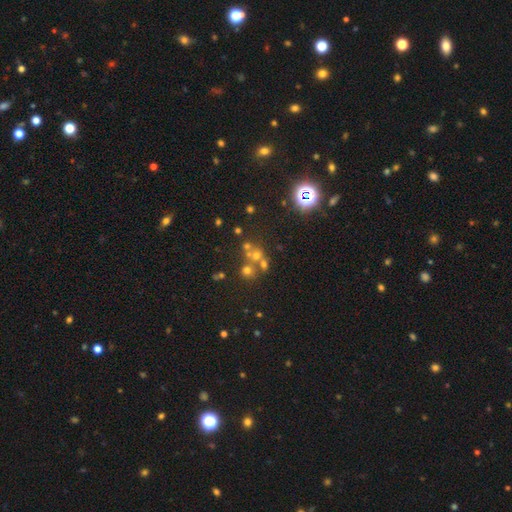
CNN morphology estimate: star or artifact 50%, smooth 34%, featured or disk 16%.